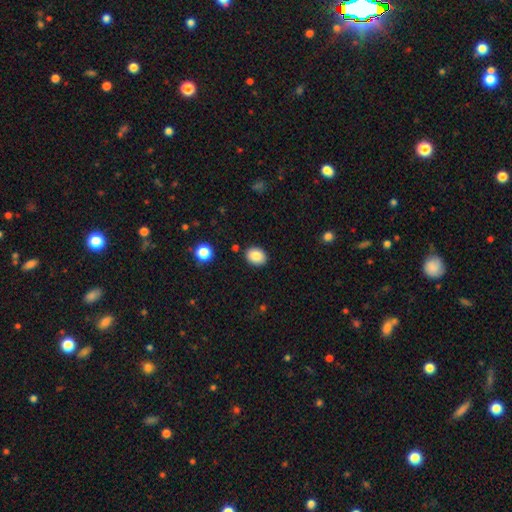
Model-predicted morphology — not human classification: This appears to be a smooth galaxy with no disk features (86%) that is in between round and cigar-shaped (58%). Merging: none (87%).